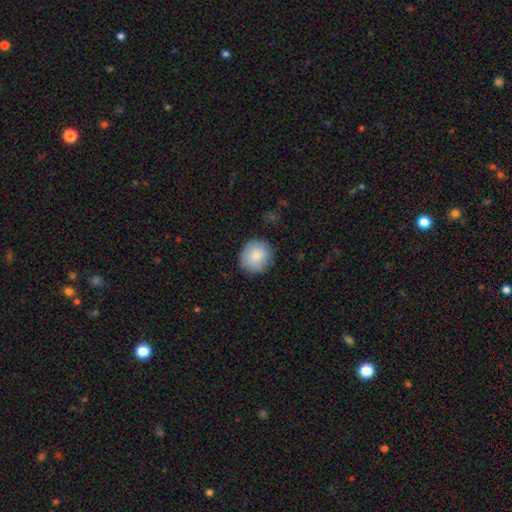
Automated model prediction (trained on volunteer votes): Smooth or featured: smooth — 86% (featured or disk — 7%)
How rounded: round — 89% (in between — 10%)
Merging: none — 86% (minor disturbance — 11%)